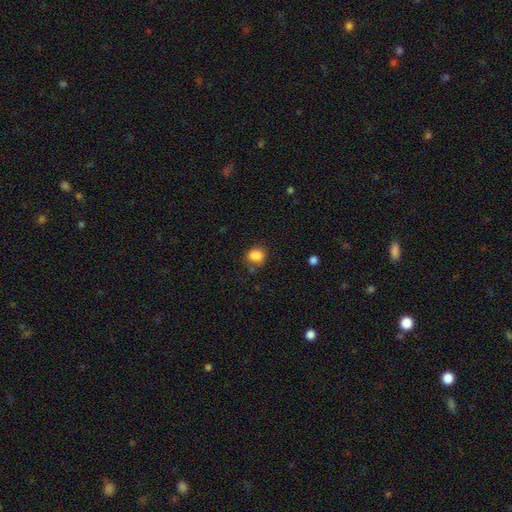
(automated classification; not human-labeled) smooth_or_featured: smooth (p=0.85) [alt: star or artifact p=0.10]
how_rounded: round (p=0.56) [alt: in between p=0.43]
merging: none (p=0.66) [alt: minor disturbance p=0.20]